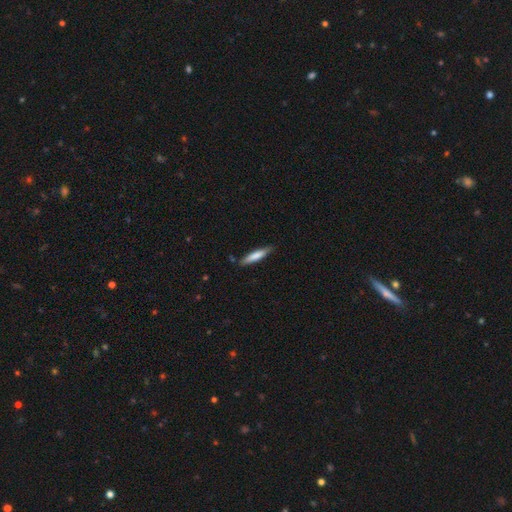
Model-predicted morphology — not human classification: Smooth or featured? Predicted: smooth (p=0.71). How rounded? Predicted: cigar-shaped (p=0.87). Merging? Predicted: none (p=0.82).